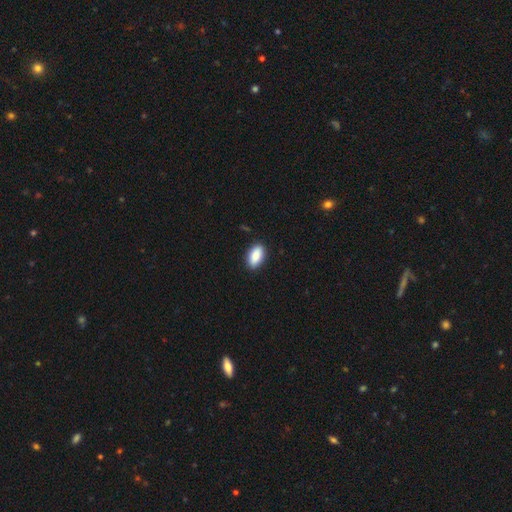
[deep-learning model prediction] smooth_or_featured: smooth (p=0.87) [alt: star or artifact p=0.06]
how_rounded: in between (p=0.92) [alt: round p=0.04]
merging: none (p=0.89) [alt: minor disturbance p=0.08]